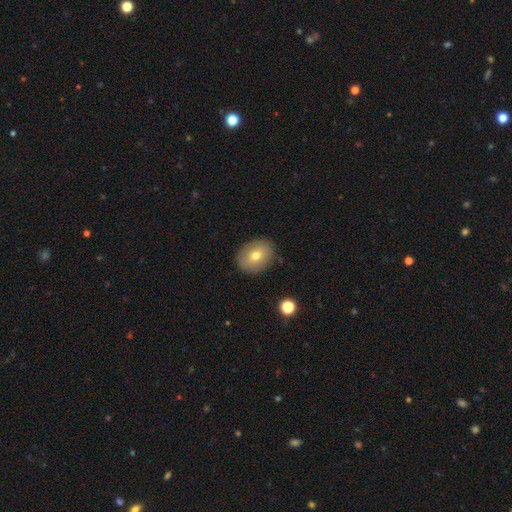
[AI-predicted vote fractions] Morphology: type=smooth (70%); roundness=in between (54%); merging=none (86%).